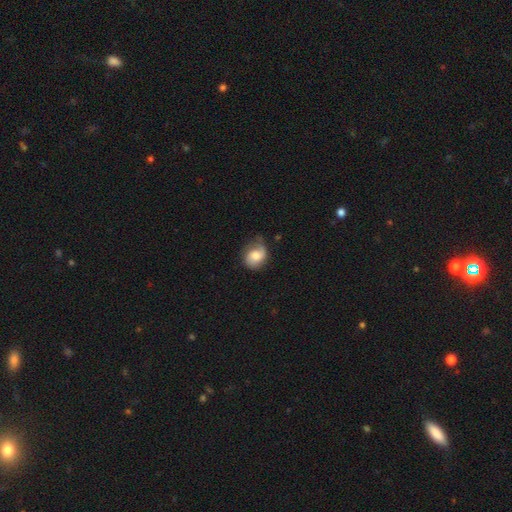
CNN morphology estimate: Smooth or featured: smooth — 53% (featured or disk — 39%)
How rounded: round — 51% (in between — 48%)
Merging: none — 50% (minor disturbance — 33%)